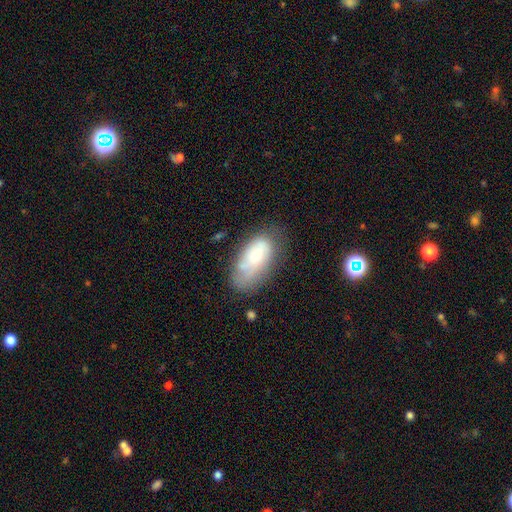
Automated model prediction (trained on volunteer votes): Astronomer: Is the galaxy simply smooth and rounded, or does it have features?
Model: smooth — 56% (runner-up: featured or disk, 36%).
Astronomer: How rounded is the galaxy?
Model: in between — 92%.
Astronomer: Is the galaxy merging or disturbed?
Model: none — 49% (runner-up: minor disturbance, 30%).